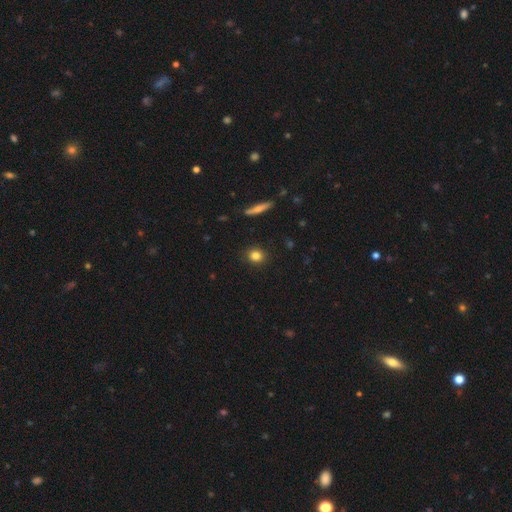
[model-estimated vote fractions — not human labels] smooth-or-featured: smooth: 83% | star or artifact: 10% | featured or disk: 7%
  how-rounded: round: 78% | in between: 19% | cigar-shaped: 2%
  merging: none: 90% | minor disturbance: 7% | major disturbance: 2% | merger: 1%